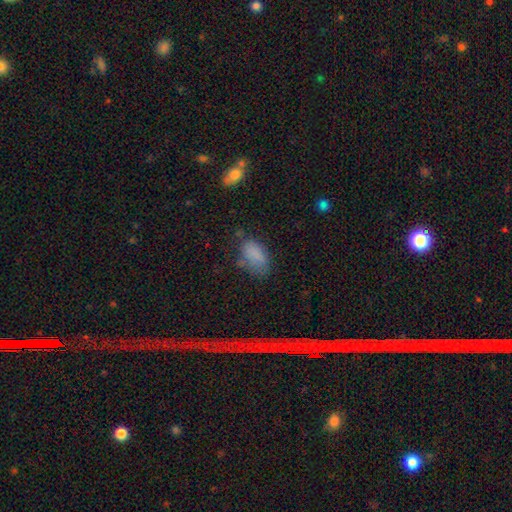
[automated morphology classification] Smooth or featured?
  - smooth: 80% *
  - star or artifact: 11%
  - featured or disk: 9%
How rounded?
  - in between: 91% *
  - round: 6%
  - cigar-shaped: 3%
Merging?
  - none: 55% *
  - minor disturbance: 27%
  - major disturbance: 14%
  - merger: 4%